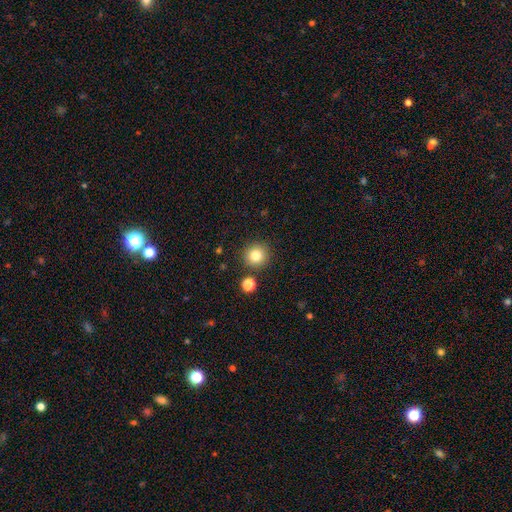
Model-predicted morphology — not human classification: smooth_or_featured: smooth (p=0.81) [alt: star or artifact p=0.12]
how_rounded: round (p=0.94) [alt: in between p=0.05]
merging: none (p=0.87) [alt: minor disturbance p=0.07]